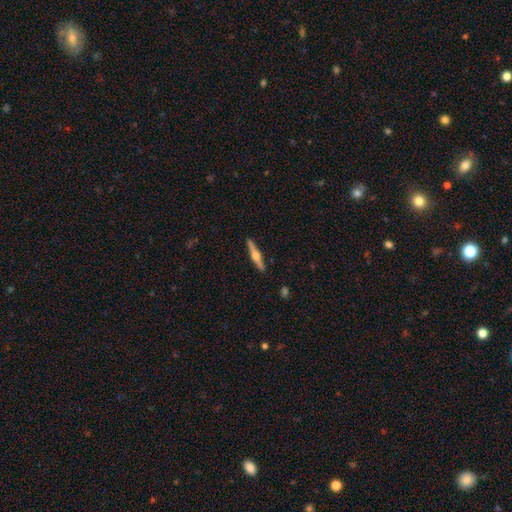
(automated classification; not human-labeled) The model was most divided on "smooth or featured": featured or disk: 68%, smooth: 27%, star or artifact: 5%. More confident: edge-on disk — yes (98%); edge-on bulge — rounded (94%); merging — none (91%).